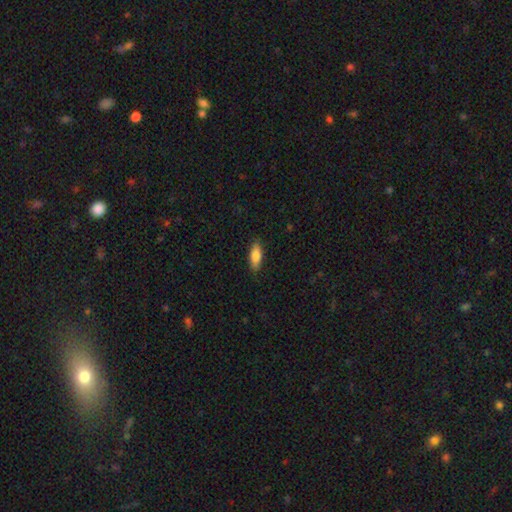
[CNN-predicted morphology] smooth_or_featured: smooth (p=0.83) [alt: featured or disk p=0.10]
how_rounded: in between (p=0.72) [alt: cigar-shaped p=0.26]
merging: none (p=0.87) [alt: minor disturbance p=0.10]